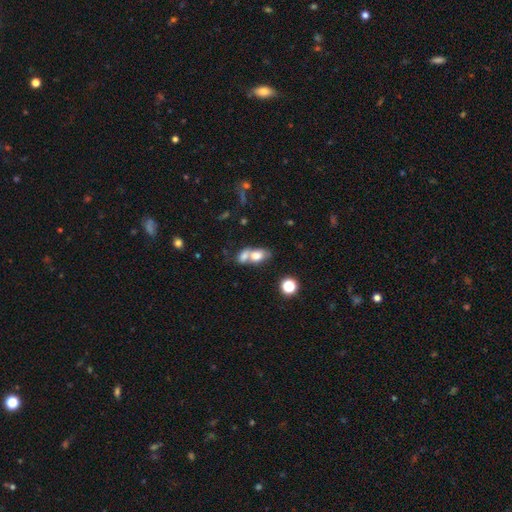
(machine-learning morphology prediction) Q: Smooth or featured?
A: smooth (72%); runner-up: featured or disk (17%)
Q: How rounded?
A: in between (75%); runner-up: round (22%)
Q: Merging?
A: merger (66%); runner-up: none (21%)